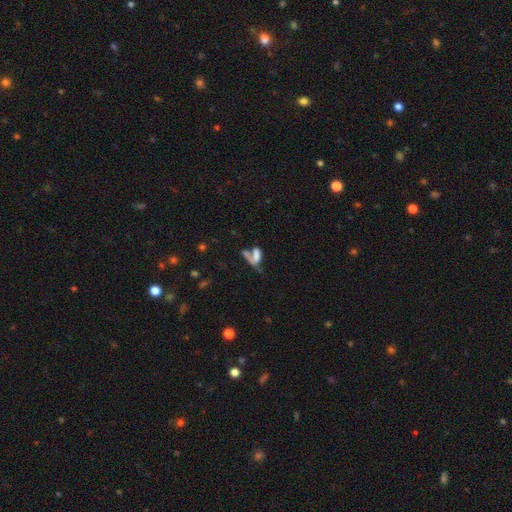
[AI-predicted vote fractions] Overall: smooth (59%; featured or disk 25%). How rounded: in between (69%). Merging: merger (49%; none 23%).